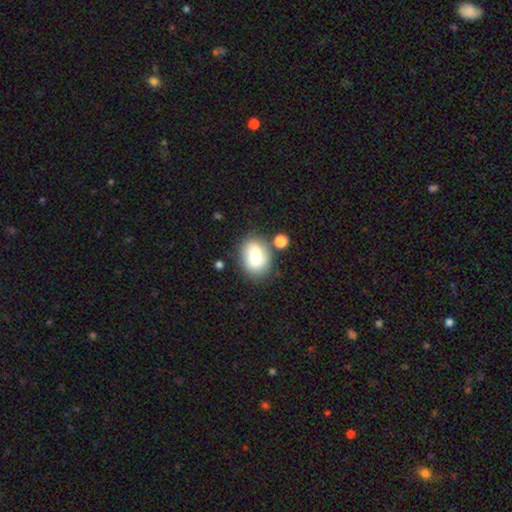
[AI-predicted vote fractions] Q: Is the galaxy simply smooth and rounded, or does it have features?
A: smooth — 69%.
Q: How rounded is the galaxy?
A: in between — 65%.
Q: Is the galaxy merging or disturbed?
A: none — 69%.